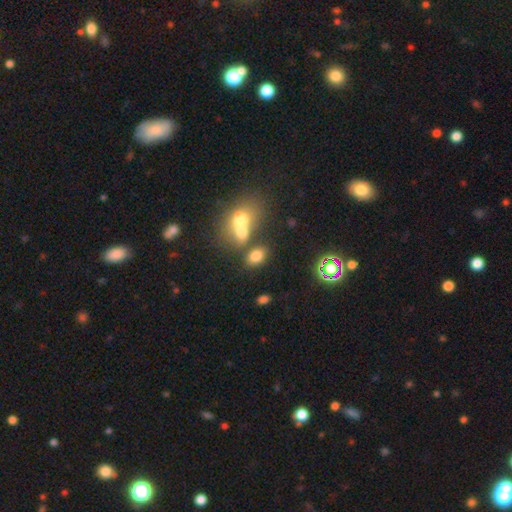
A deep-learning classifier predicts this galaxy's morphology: This is likely a smooth galaxy (66%). How rounded: likely in between (72%). Merging: marginally merger (43%).